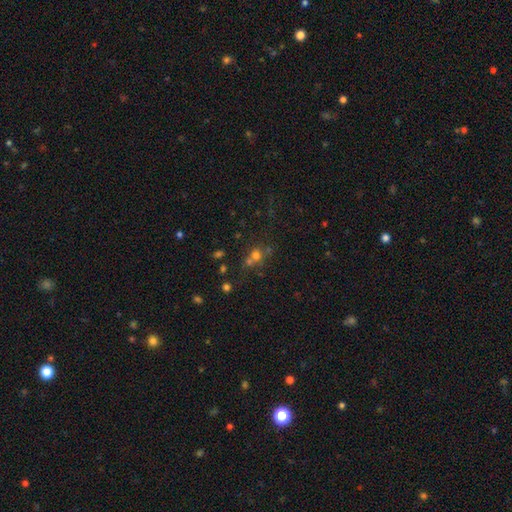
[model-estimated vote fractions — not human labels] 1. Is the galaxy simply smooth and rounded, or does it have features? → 60% smooth, 25% star or artifact, 15% featured or disk.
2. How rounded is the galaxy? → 81% round, 18% in between, 2% cigar-shaped.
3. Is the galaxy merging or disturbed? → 48% none, 38% merger, 10% minor disturbance, 5% major disturbance.